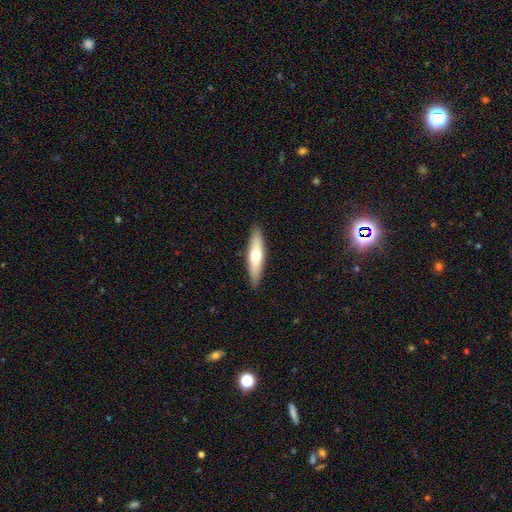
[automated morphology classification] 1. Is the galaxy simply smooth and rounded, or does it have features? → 55% smooth, 39% featured or disk, 5% star or artifact.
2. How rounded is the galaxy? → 77% cigar-shaped, 22% in between, 2% round.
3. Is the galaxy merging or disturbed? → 90% none, 8% minor disturbance, 2% major disturbance, 1% merger.